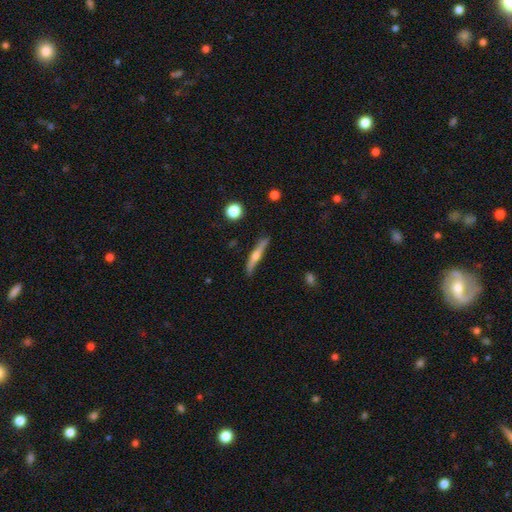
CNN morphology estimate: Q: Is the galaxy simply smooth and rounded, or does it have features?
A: featured or disk — 54%.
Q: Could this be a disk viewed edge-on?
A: yes — 95%.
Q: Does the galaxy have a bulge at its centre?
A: rounded — 83%.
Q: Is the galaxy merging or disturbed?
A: none — 83%.